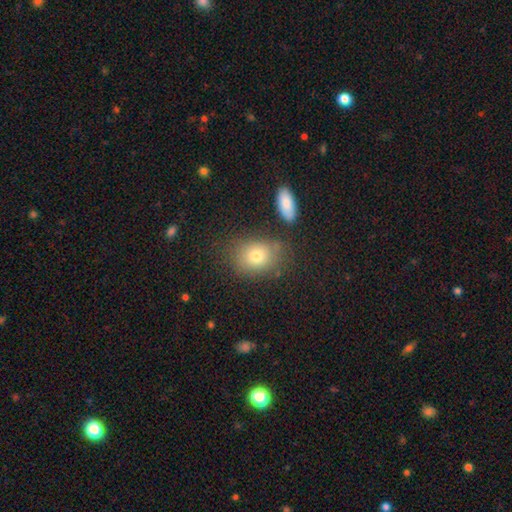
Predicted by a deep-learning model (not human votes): Smooth or featured: smooth — 74% (featured or disk — 13%)
How rounded: in between — 59% (round — 39%)
Merging: none — 73% (minor disturbance — 14%)